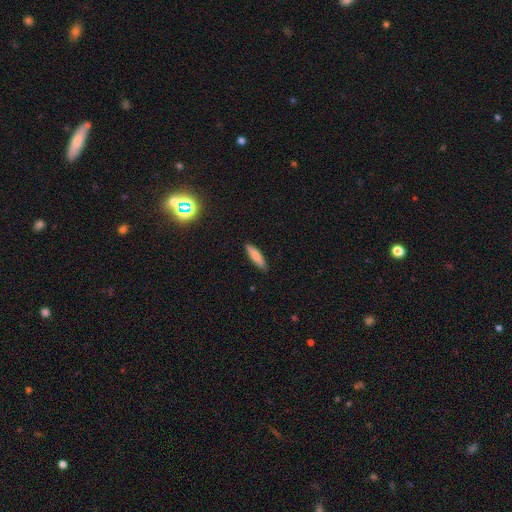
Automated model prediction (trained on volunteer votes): This is likely a smooth galaxy (80%). How rounded: likely cigar-shaped (69%). Merging: clearly none (86%).